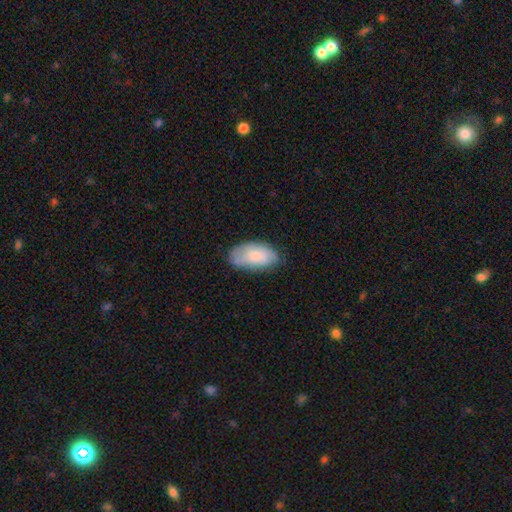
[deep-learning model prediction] A smooth galaxy with no disk features (68%) that is in between round and cigar-shaped (94%). Merging: none (68%).